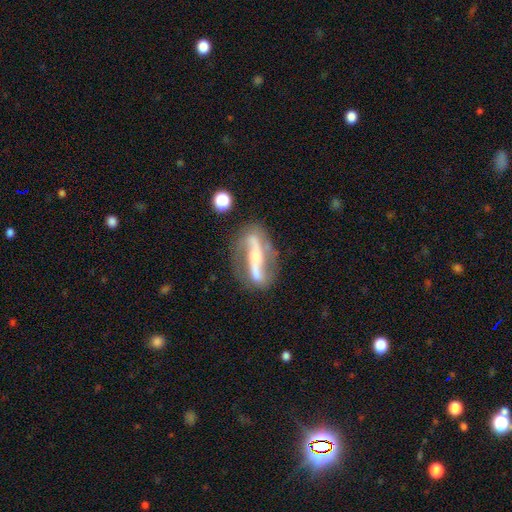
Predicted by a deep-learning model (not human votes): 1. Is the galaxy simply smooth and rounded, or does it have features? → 81% featured or disk, 13% smooth, 7% star or artifact.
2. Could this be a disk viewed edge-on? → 72% no, 28% yes.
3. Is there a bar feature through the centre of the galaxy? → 68% strong, 17% no, 14% weak.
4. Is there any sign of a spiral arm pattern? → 76% yes, 24% no.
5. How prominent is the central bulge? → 49% small, 39% moderate, 5% large, 4% none, 2% dominant.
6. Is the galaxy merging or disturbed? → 72% none, 15% minor disturbance, 8% major disturbance, 4% merger.